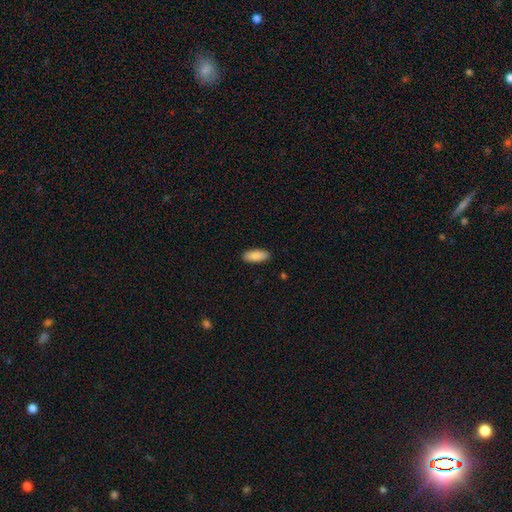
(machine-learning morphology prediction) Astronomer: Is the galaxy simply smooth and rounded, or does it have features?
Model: smooth — 89%.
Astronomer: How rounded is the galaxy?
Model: in between — 80%.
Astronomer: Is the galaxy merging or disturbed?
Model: none — 90%.